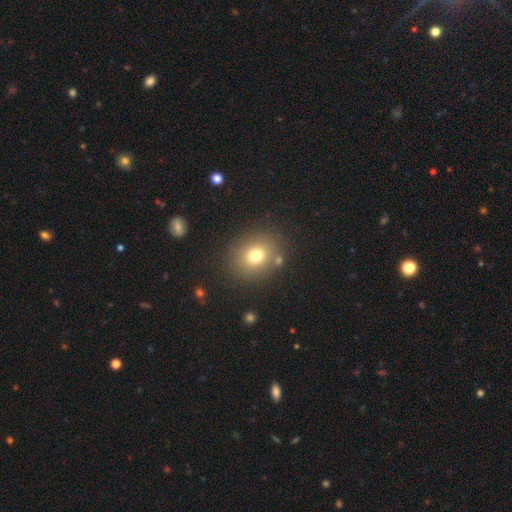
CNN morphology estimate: This appears to be a smooth galaxy with no disk features (75%) that is round (66%). Merging: none (81%).